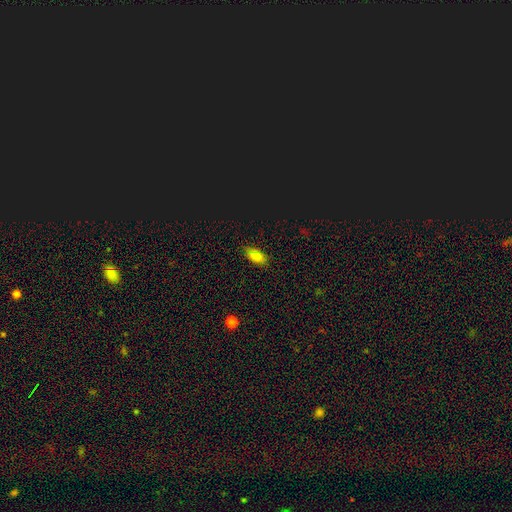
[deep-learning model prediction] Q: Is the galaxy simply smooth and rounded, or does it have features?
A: smooth — 75%.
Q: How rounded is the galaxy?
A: in between — 87%.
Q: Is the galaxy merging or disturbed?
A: none — 84%.